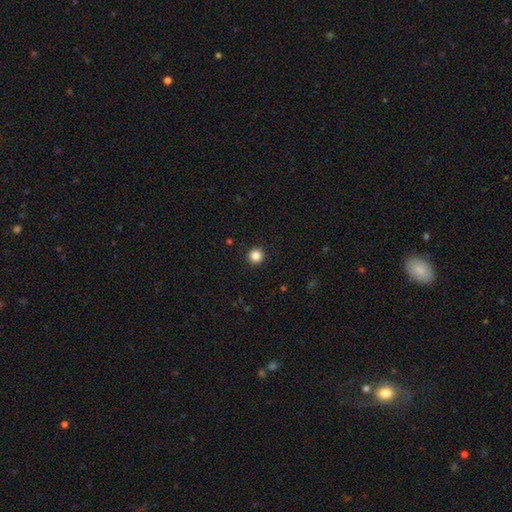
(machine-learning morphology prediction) Smooth or featured?
  - smooth: 86% *
  - star or artifact: 11%
  - featured or disk: 4%
How rounded?
  - round: 95% *
  - in between: 4%
  - cigar-shaped: 1%
Merging?
  - none: 93% *
  - minor disturbance: 4%
  - major disturbance: 2%
  - merger: 1%